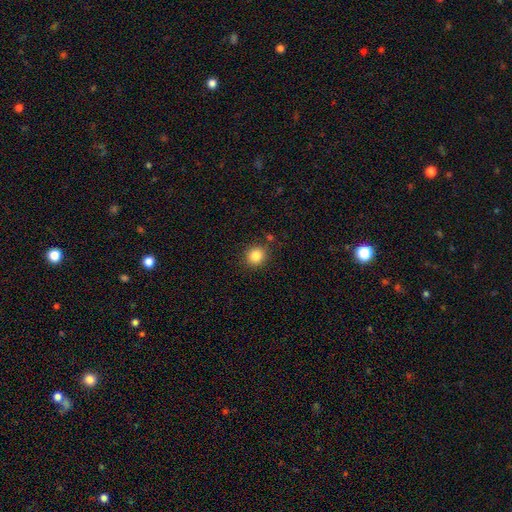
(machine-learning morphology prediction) A smooth galaxy with no disk features (85%) that is round (84%).

Vote fractions:
- Smooth or featured? smooth: 85% / star or artifact: 10% / featured or disk: 5%
- How rounded? round: 84% / in between: 15% / cigar-shaped: 1%
- Merging? none: 86% / minor disturbance: 9% / merger: 3% / major disturbance: 3%